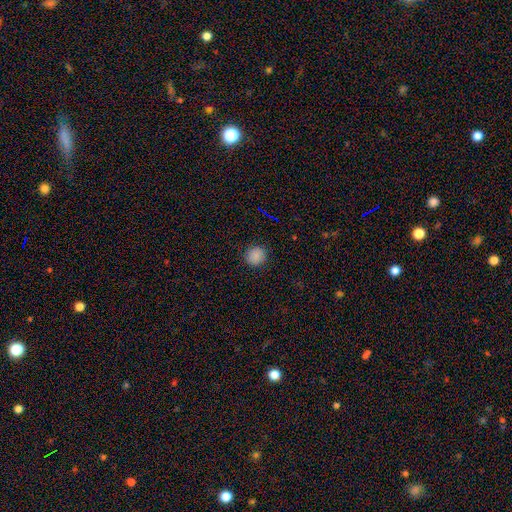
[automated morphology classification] Smooth or featured: smooth — 86% (star or artifact — 11%)
How rounded: round — 85% (in between — 14%)
Merging: none — 89% (minor disturbance — 8%)